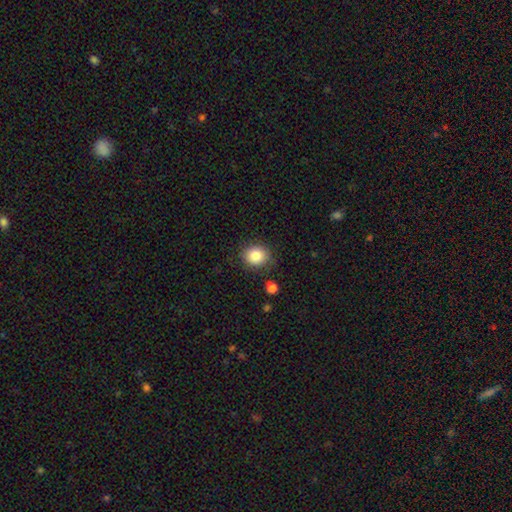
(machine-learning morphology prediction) Smooth or featured?
  - smooth: 84% *
  - star or artifact: 10%
  - featured or disk: 7%
How rounded?
  - round: 75% *
  - in between: 24%
  - cigar-shaped: 1%
Merging?
  - none: 84% *
  - minor disturbance: 11%
  - major disturbance: 3%
  - merger: 2%